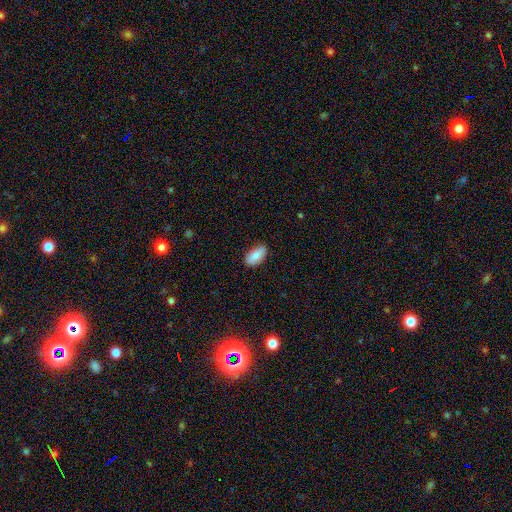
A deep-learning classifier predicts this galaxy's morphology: Q: Smooth or featured?
A: smooth (81%); runner-up: featured or disk (13%)
Q: How rounded?
A: in between (94%); runner-up: round (3%)
Q: Merging?
A: none (83%); runner-up: minor disturbance (13%)